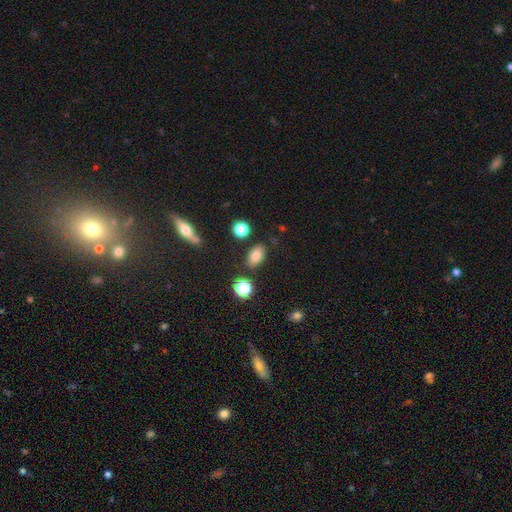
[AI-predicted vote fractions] smooth_or_featured: smooth (p=0.79) [alt: star or artifact p=0.12]
how_rounded: in between (p=0.86) [alt: round p=0.11]
merging: none (p=0.82) [alt: minor disturbance p=0.11]